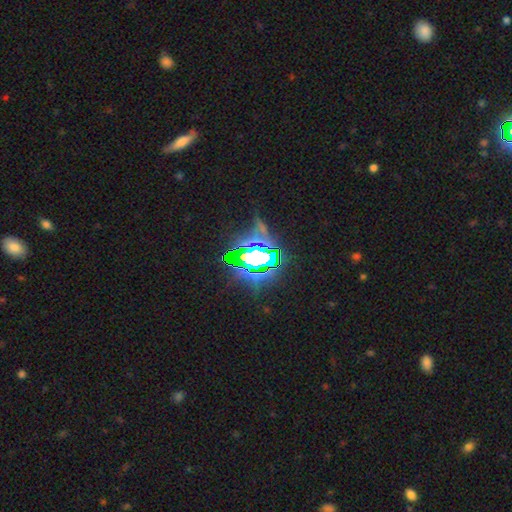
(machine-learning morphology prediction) Smooth or featured?
  - star or artifact: 68% *
  - featured or disk: 19%
  - smooth: 14%